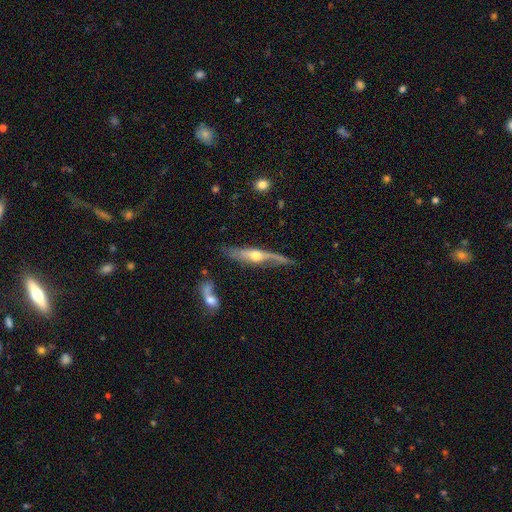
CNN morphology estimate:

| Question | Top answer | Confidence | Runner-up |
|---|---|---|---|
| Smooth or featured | featured or disk | 71% | smooth (24%) |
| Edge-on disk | yes | 81% | no (19%) |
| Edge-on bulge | rounded | 90% | none (6%) |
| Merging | none | 57% | minor disturbance (25%) |